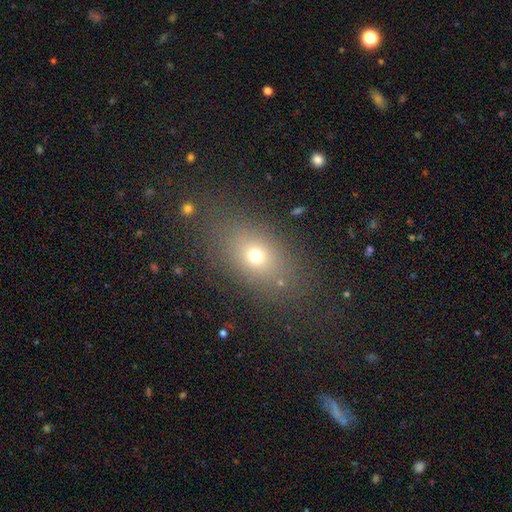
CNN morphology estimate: A smooth galaxy with no disk features (67%) that is in between round and cigar-shaped (70%). Merging: none (76%).